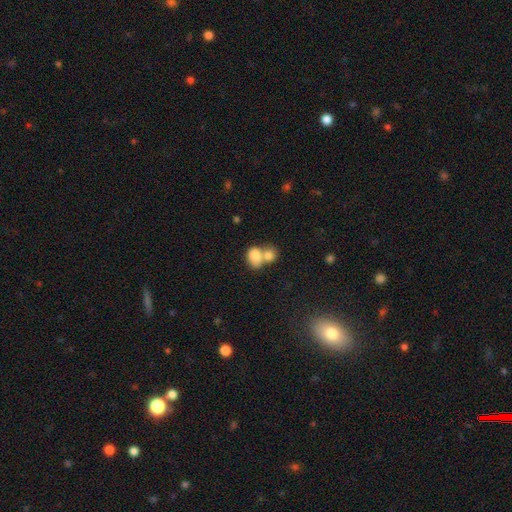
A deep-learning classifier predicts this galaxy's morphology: Smooth or featured? smooth (80%)
How rounded? in between (67%)
Merging? merger (66%)